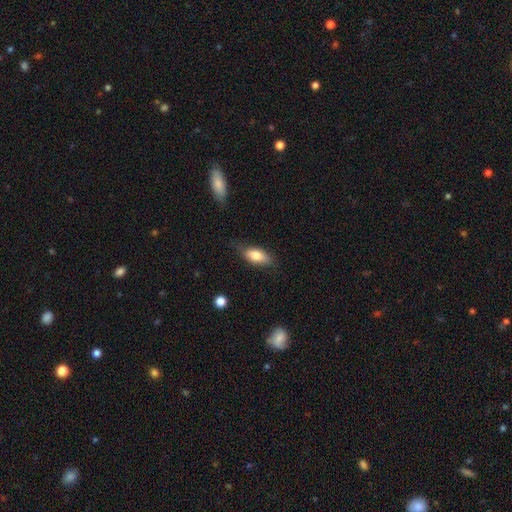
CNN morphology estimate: Smooth or featured? Predicted: smooth (p=0.75). How rounded? Predicted: in between (p=0.80). Merging? Predicted: none (p=0.74).